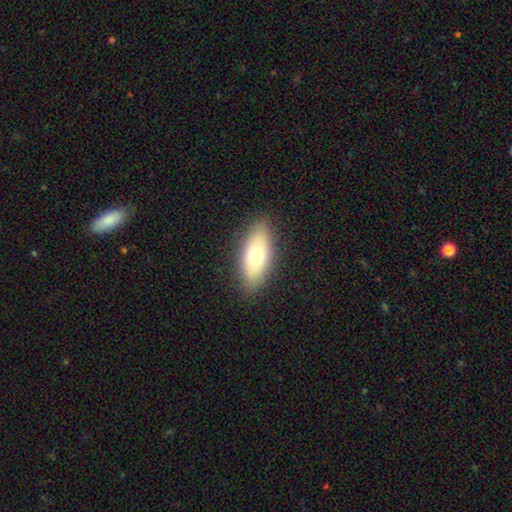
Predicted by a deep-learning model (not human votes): A smooth galaxy with no disk features (71%) that is in between round and cigar-shaped (84%). Merging: none (87%).